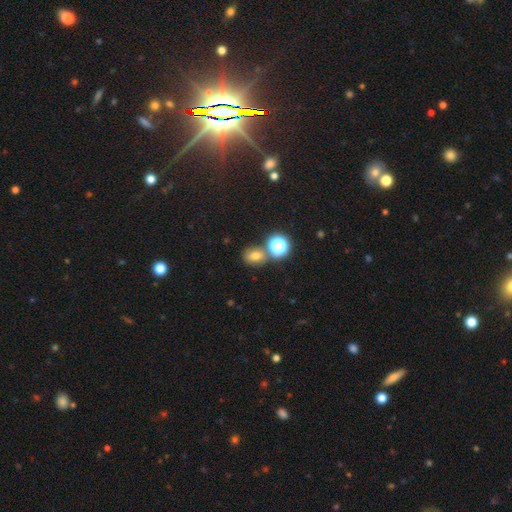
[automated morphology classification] Overall: smooth (66%). How rounded: round (51%; in between 48%). Merging: none (65%).